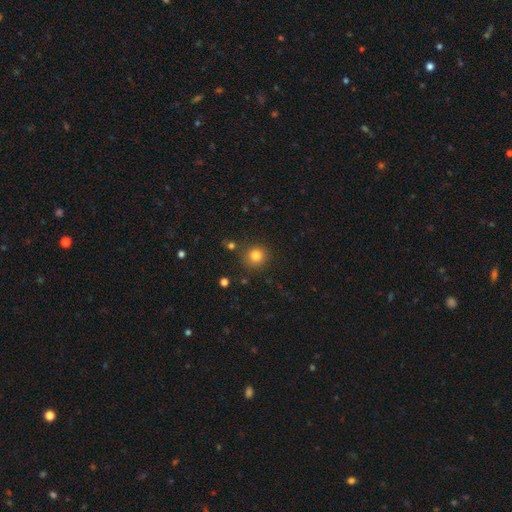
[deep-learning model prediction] The model was most divided on "smooth or featured": smooth: 81%, star or artifact: 13%, featured or disk: 6%. More confident: how rounded — round (92%); merging — none (86%).